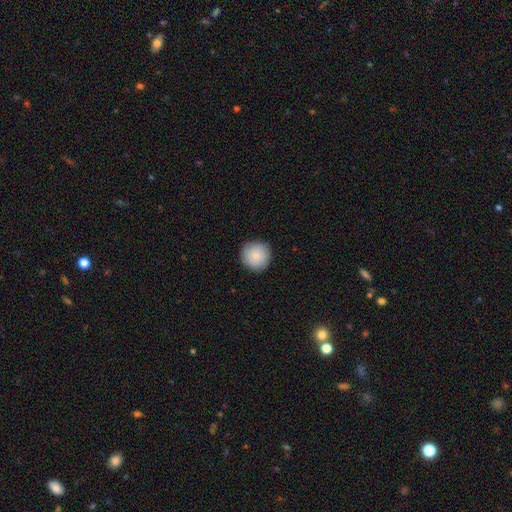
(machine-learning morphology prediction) type=smooth (89%); roundness=round (95%); merging=none (90%).